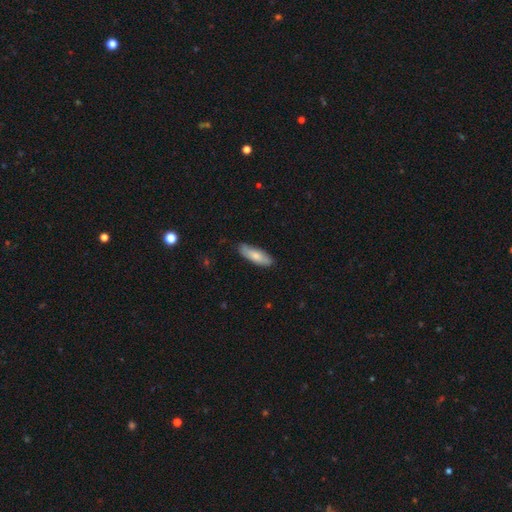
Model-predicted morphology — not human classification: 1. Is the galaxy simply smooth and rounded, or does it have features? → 74% smooth, 20% featured or disk, 6% star or artifact.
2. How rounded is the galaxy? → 55% in between, 44% cigar-shaped, 2% round.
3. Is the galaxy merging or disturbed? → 77% none, 19% minor disturbance, 3% major disturbance, 1% merger.